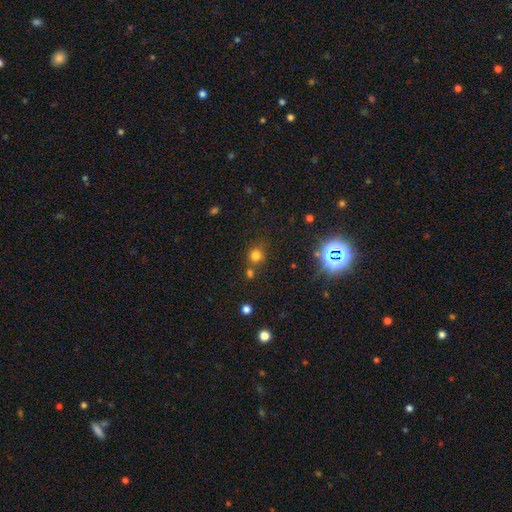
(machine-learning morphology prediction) A smooth galaxy with no disk features (73%) that is round (89%). Merging: none (70%).